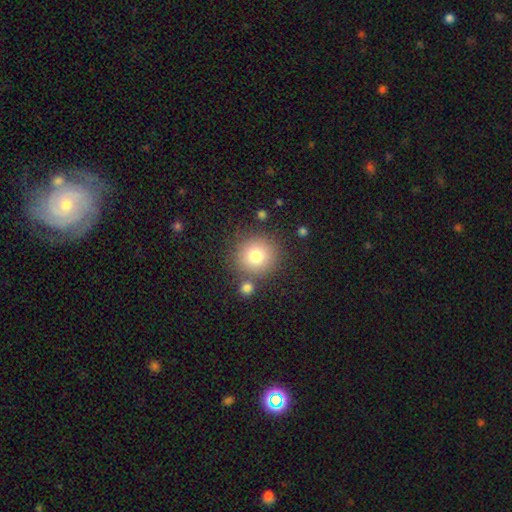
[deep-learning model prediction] A smooth galaxy with no disk features (78%) that is round (93%). Merging: none (78%).